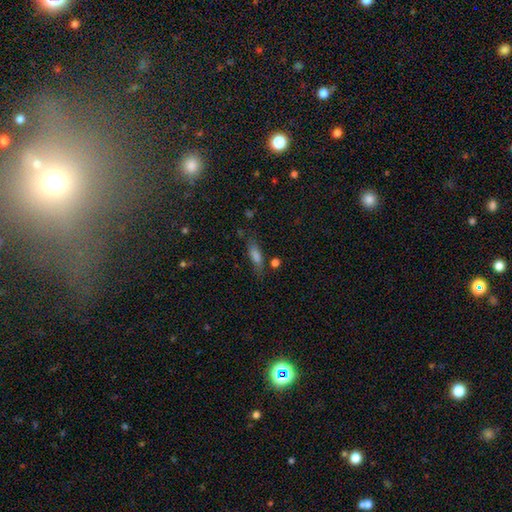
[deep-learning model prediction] The model was most divided on "how rounded": cigar-shaped: 58%, in between: 39%, round: 4%. More confident: merging — none (72%); smooth or featured — smooth (65%).